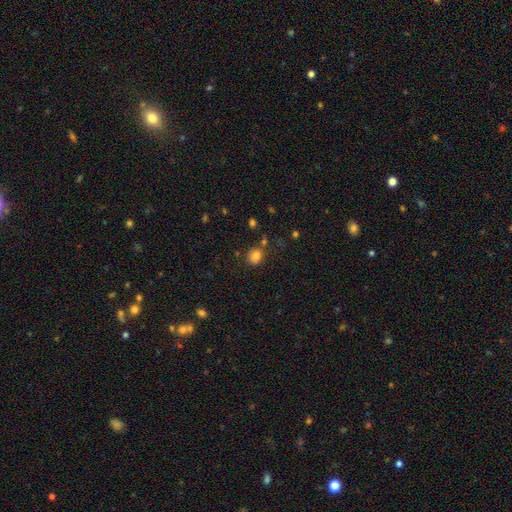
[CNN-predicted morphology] A smooth galaxy with no disk features (80%) that is round (72%). Merging: none (74%).